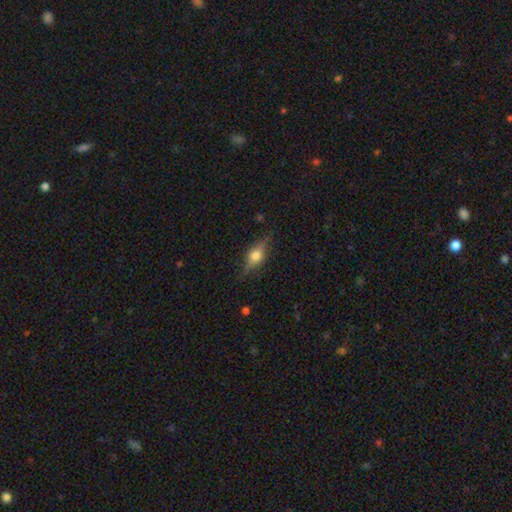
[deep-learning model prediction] Morphology: type=featured or disk (49%); merging=none (79%).